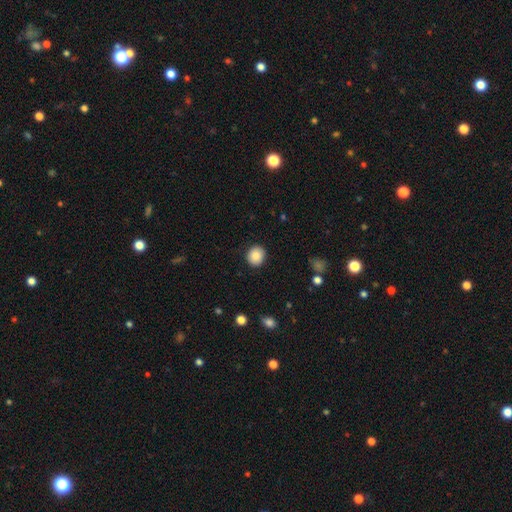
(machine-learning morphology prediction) The model was most divided on "how rounded": round: 76%, in between: 23%, cigar-shaped: 1%. More confident: merging — none (90%); smooth or featured — smooth (86%).